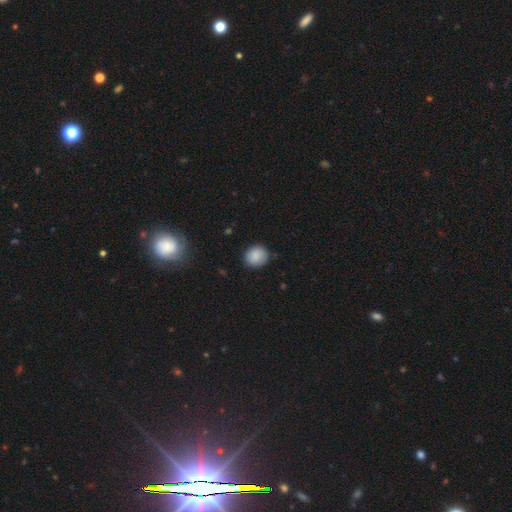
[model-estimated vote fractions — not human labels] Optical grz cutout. It shows a smooth galaxy with no disk features (87%) that is round (79%). Merging: none (86%).